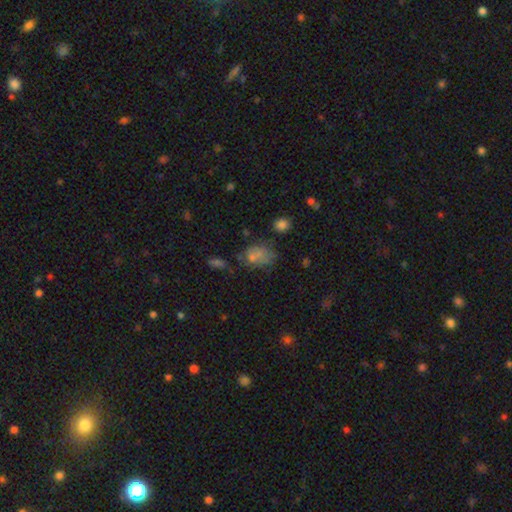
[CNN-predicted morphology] smooth_or_featured: smooth (p=0.64) [alt: featured or disk p=0.20]
how_rounded: in between (p=0.66) [alt: round p=0.32]
merging: none (p=0.41) [alt: minor disturbance p=0.24]